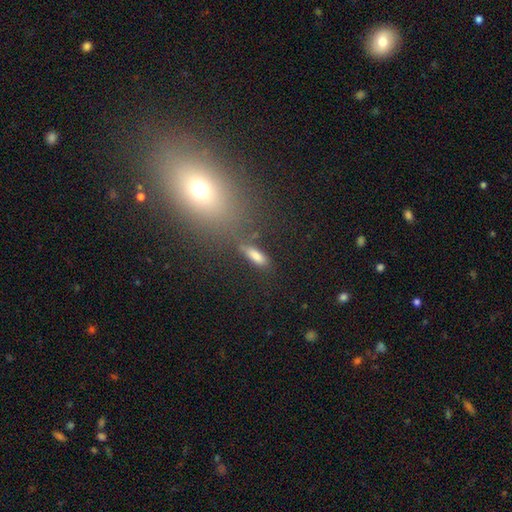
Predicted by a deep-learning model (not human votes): Smooth or featured?
  - smooth: 75% *
  - star or artifact: 13%
  - featured or disk: 12%
How rounded?
  - in between: 57% *
  - cigar-shaped: 37%
  - round: 7%
Merging?
  - none: 69% *
  - minor disturbance: 14%
  - merger: 10%
  - major disturbance: 7%